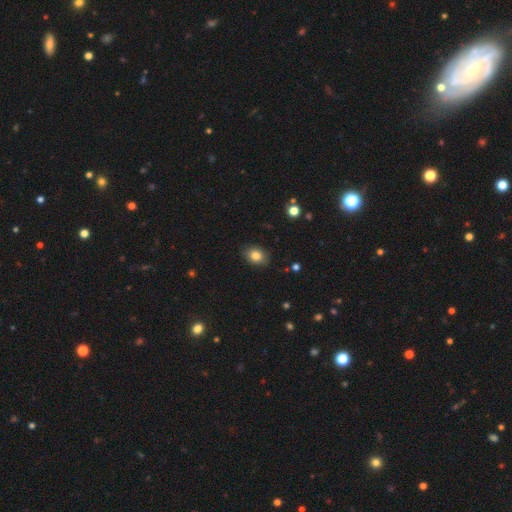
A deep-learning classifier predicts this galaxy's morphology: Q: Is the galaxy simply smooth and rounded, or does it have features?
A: smooth — 83%.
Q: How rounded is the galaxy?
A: in between — 66%.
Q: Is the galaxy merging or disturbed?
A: none — 87%.